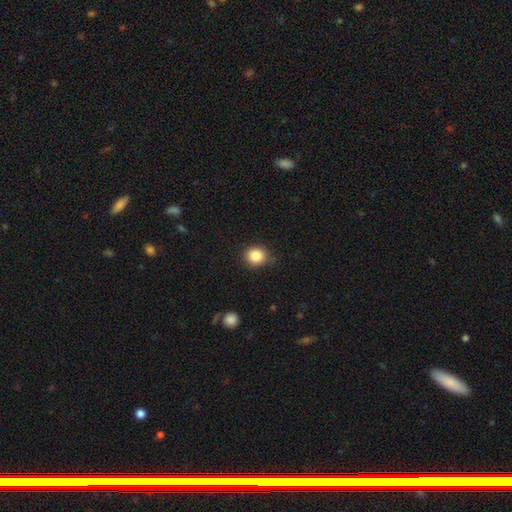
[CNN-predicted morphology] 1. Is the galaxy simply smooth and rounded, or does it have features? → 85% smooth, 10% star or artifact, 5% featured or disk.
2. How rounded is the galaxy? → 81% round, 18% in between, 1% cigar-shaped.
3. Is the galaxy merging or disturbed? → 80% none, 16% minor disturbance, 3% major disturbance, 1% merger.